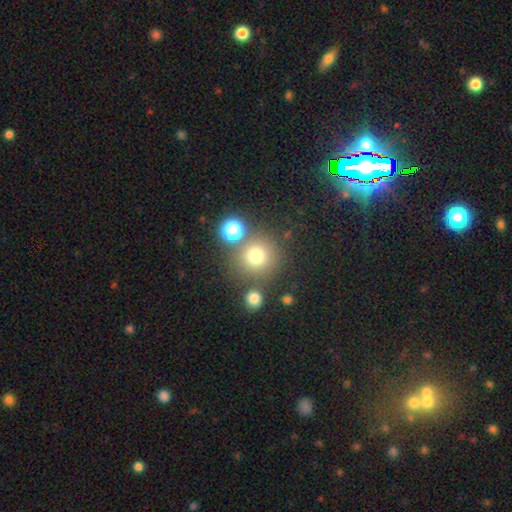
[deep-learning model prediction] Q: Smooth or featured?
A: smooth (73%); runner-up: star or artifact (17%)
Q: How rounded?
A: round (93%); runner-up: in between (6%)
Q: Merging?
A: none (74%); runner-up: merger (12%)